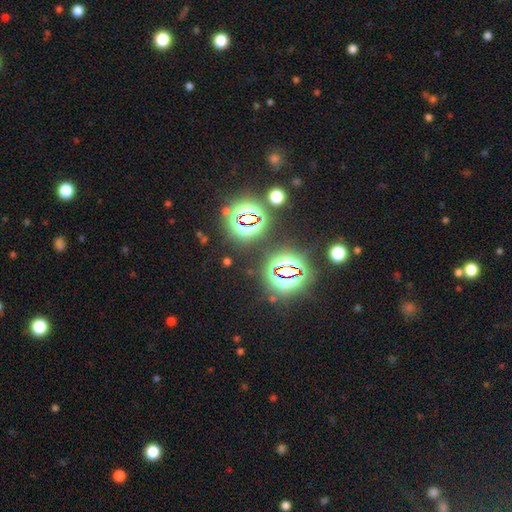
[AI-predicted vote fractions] star or artifact 83%, smooth 10%, featured or disk 6%.